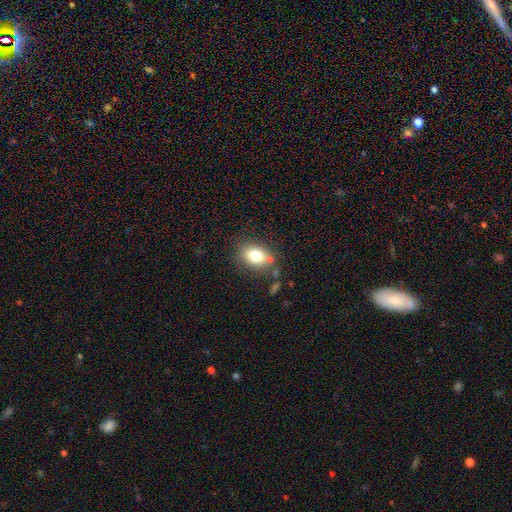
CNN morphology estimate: A smooth galaxy with no disk features (77%) that is in between round and cigar-shaped (75%).

Vote fractions:
- Smooth or featured? smooth: 77% / featured or disk: 13% / star or artifact: 10%
- How rounded? in between: 75% / round: 24% / cigar-shaped: 2%
- Merging? none: 72% / minor disturbance: 16% / merger: 7% / major disturbance: 5%